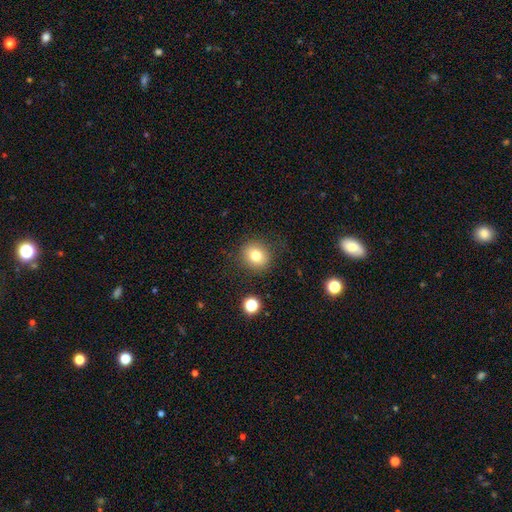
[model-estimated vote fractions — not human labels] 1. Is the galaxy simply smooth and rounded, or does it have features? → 78% smooth, 12% star or artifact, 10% featured or disk.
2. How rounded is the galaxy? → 80% round, 19% in between, 1% cigar-shaped.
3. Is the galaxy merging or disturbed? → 85% none, 9% minor disturbance, 3% major disturbance, 2% merger.